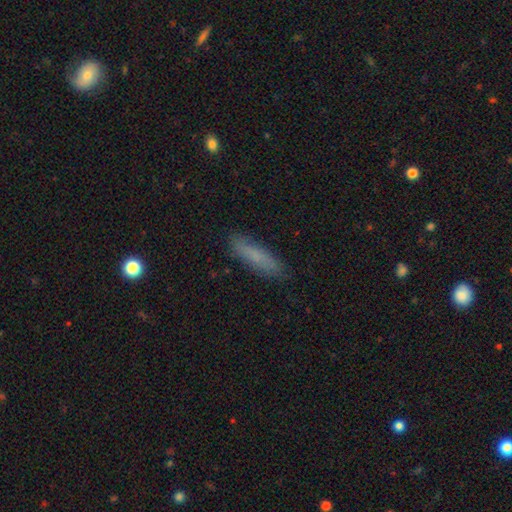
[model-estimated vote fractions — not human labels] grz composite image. It shows a smooth galaxy with no disk features (76%) that is cigar-shaped (77%). Merging: none (87%).